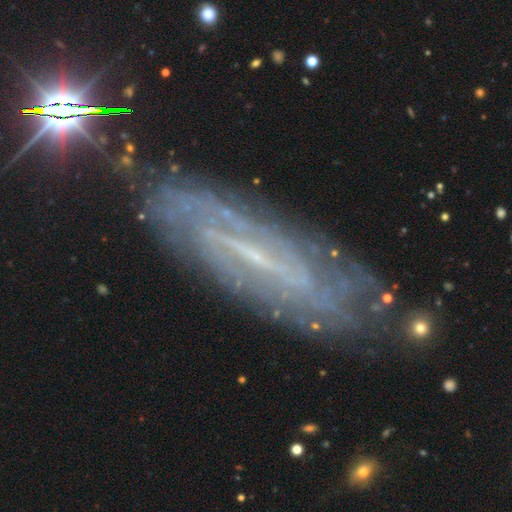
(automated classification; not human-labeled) This appears to be a featured or disk galaxy (77%) with a strong bar (43%), spiral arms (84%) and a small central bulge (58%). Merging: none (77%).